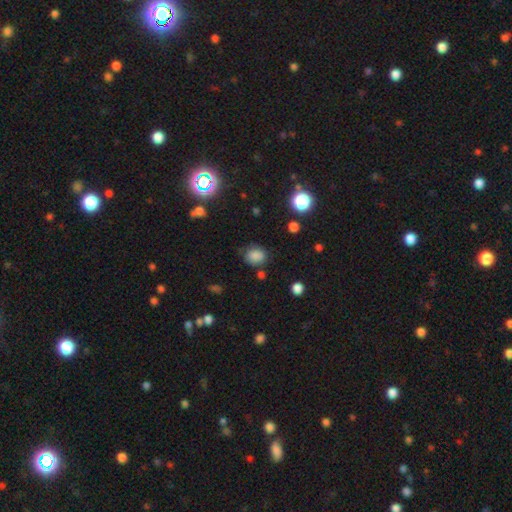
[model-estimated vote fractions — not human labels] smooth_or_featured: smooth (p=0.81) [alt: star or artifact p=0.13]
how_rounded: round (p=0.57) [alt: in between p=0.42]
merging: none (p=0.72) [alt: minor disturbance p=0.19]